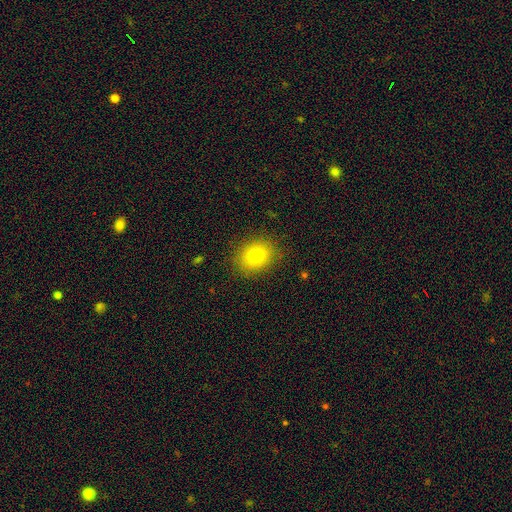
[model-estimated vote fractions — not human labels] smooth-or-featured: smooth: 78% | star or artifact: 12% | featured or disk: 10%
  how-rounded: round: 59% | in between: 40% | cigar-shaped: 1%
  merging: none: 87% | minor disturbance: 9% | major disturbance: 3% | merger: 1%